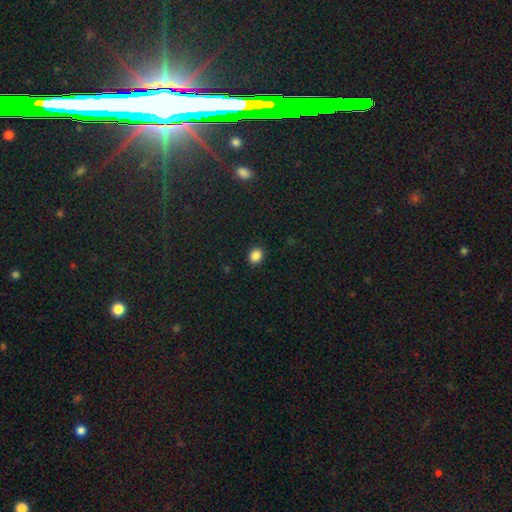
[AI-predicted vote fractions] Smooth or featured?
  - smooth: 86% *
  - star or artifact: 11%
  - featured or disk: 3%
How rounded?
  - round: 52% *
  - in between: 47%
  - cigar-shaped: 1%
Merging?
  - none: 90% *
  - minor disturbance: 7%
  - major disturbance: 2%
  - merger: 1%